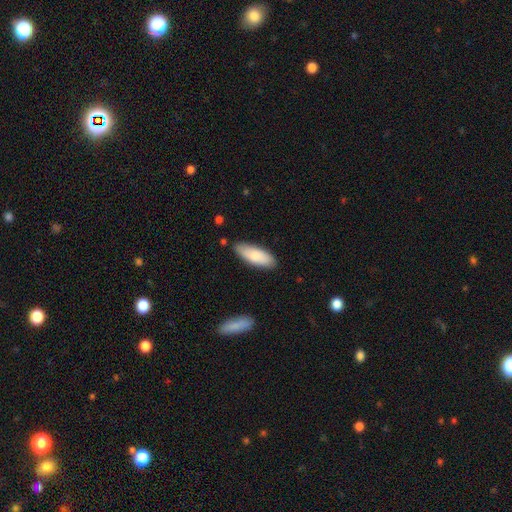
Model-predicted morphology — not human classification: A smooth galaxy with no disk features (81%) that is in between round and cigar-shaped (68%).

Vote fractions:
- Smooth or featured? smooth: 81% / featured or disk: 13% / star or artifact: 5%
- How rounded? in between: 68% / cigar-shaped: 30% / round: 2%
- Merging? none: 83% / minor disturbance: 13% / major disturbance: 2% / merger: 2%